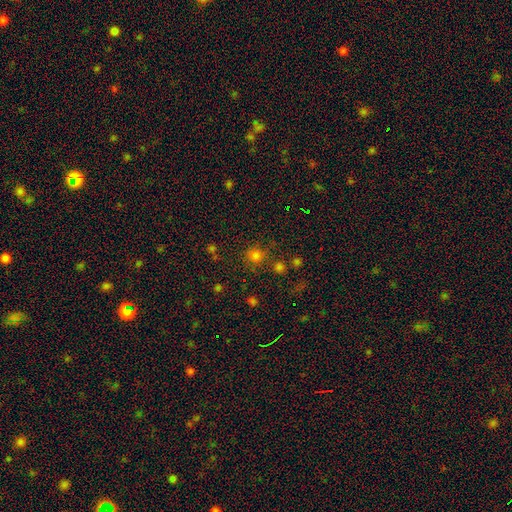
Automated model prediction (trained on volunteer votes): This is likely a smooth galaxy (72%). How rounded: clearly round (89%). Merging: likely none (74%).